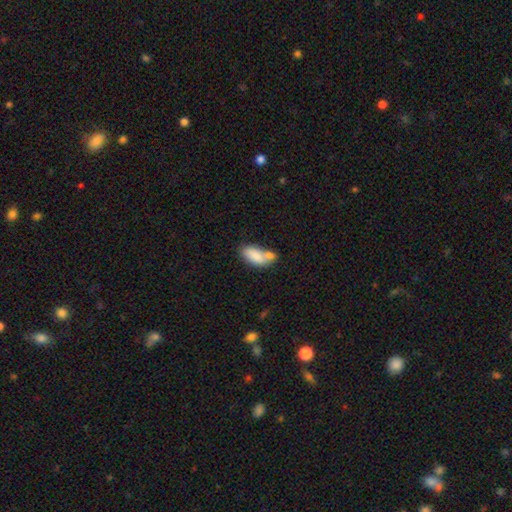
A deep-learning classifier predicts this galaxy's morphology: smooth_or_featured: smooth (p=0.81) [alt: featured or disk p=0.12]
how_rounded: in between (p=0.89) [alt: cigar-shaped p=0.08]
merging: merger (p=0.46) [alt: none p=0.33]